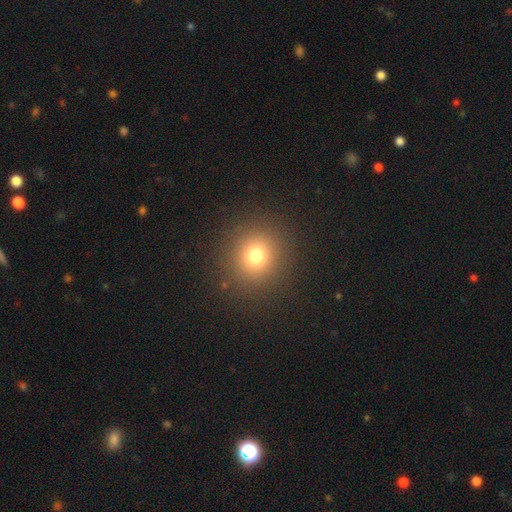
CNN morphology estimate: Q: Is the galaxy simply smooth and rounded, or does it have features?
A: smooth — 75%.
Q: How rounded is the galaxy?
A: round — 90%.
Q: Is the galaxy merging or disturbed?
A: none — 90%.